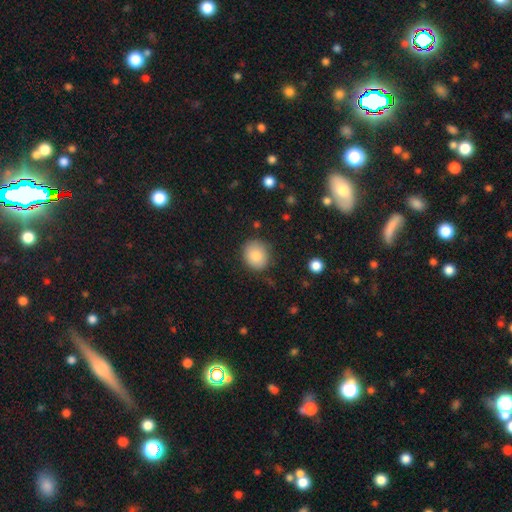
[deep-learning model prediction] Overall: smooth (82%). How rounded: round (68%; in between 31%). Merging: none (84%).